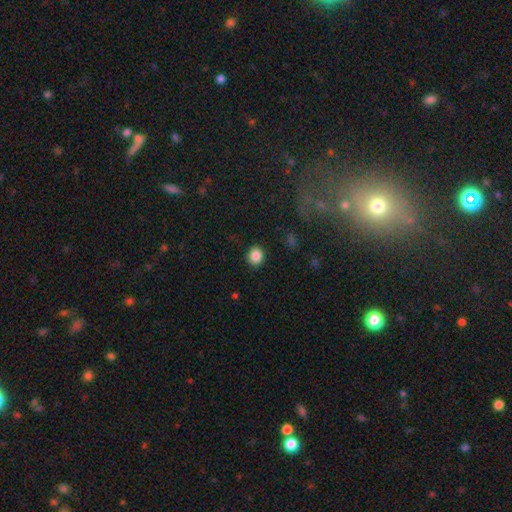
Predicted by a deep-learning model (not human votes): Smooth or featured? smooth (86%)
How rounded? round (74%)
Merging? none (90%)